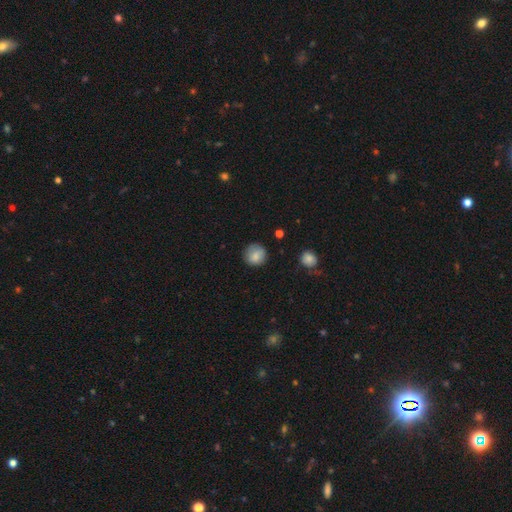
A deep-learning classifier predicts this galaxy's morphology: smooth_or_featured: smooth (p=0.83) [alt: featured or disk p=0.09]
how_rounded: round (p=0.89) [alt: in between p=0.10]
merging: none (p=0.79) [alt: minor disturbance p=0.16]